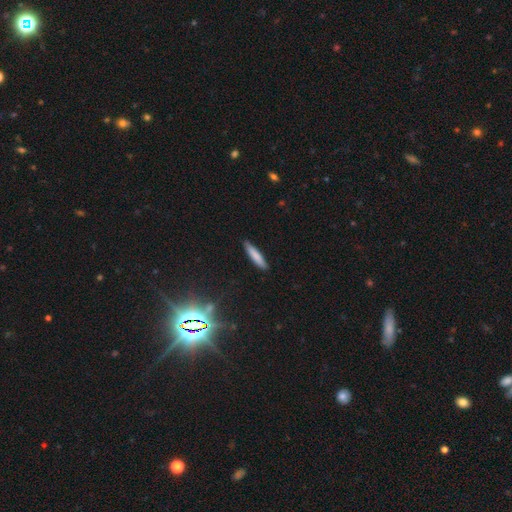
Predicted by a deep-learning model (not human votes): smooth_or_featured: smooth (p=0.79) [alt: featured or disk p=0.14]
how_rounded: cigar-shaped (p=0.87) [alt: in between p=0.12]
merging: none (p=0.87) [alt: minor disturbance p=0.10]